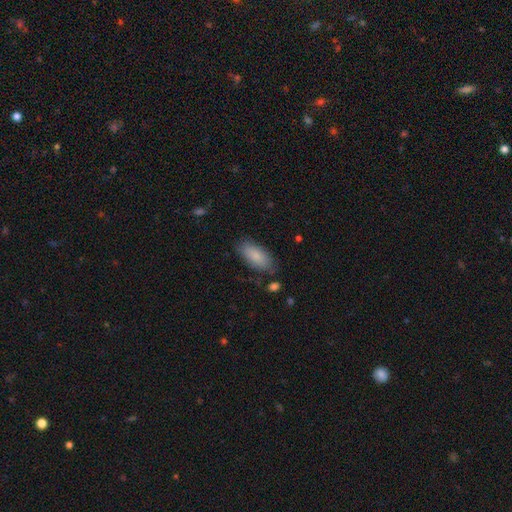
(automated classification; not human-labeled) Smooth or featured? Predicted: smooth (p=0.83). How rounded? Predicted: in between (p=0.88). Merging? Predicted: none (p=0.80).